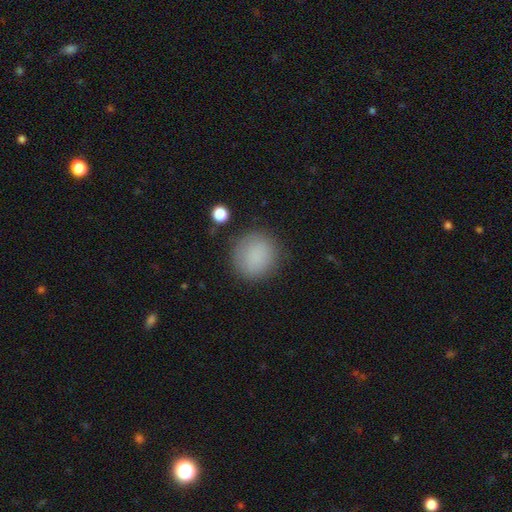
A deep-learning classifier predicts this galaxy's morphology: smooth 85%, star or artifact 9%, featured or disk 6%. Down the decision tree: how rounded — round (89%); merging — none (84%).